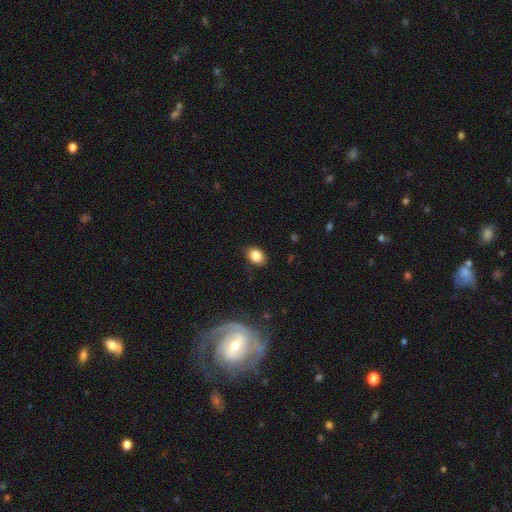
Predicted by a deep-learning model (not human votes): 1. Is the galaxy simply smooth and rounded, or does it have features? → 85% smooth, 9% star or artifact, 6% featured or disk.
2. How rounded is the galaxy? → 71% in between, 27% round, 1% cigar-shaped.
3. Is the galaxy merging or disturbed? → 84% none, 13% minor disturbance, 3% major disturbance, 1% merger.